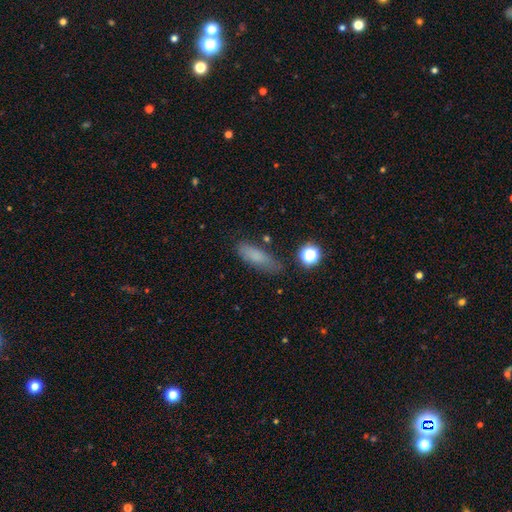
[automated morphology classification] type=smooth (78%); roundness=in between (54%); merging=none (70%).